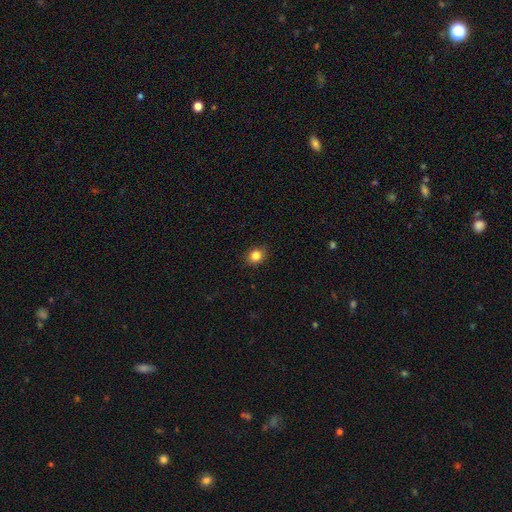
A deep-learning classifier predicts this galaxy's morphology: smooth-or-featured: smooth: 84% | star or artifact: 11% | featured or disk: 5%
  how-rounded: round: 68% | in between: 31% | cigar-shaped: 1%
  merging: none: 89% | minor disturbance: 8% | major disturbance: 2% | merger: 1%